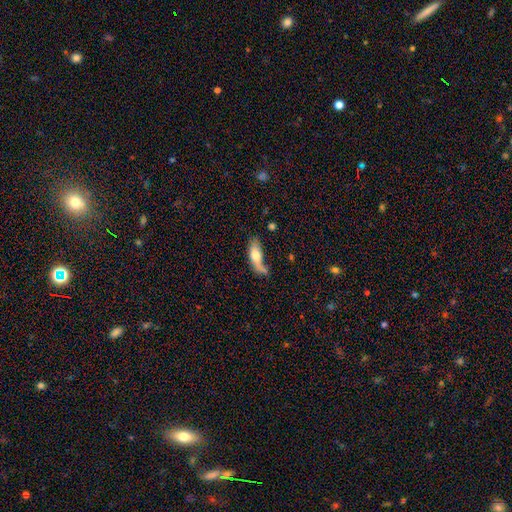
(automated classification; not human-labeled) A smooth galaxy with no disk features (63%) that is in between round and cigar-shaped (65%). Merging: none (32%).